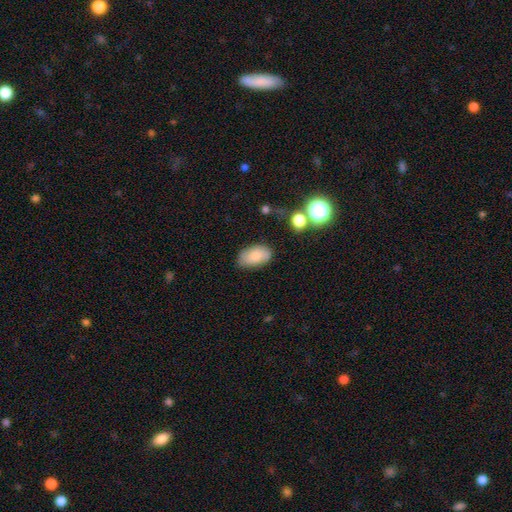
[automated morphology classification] Q: Smooth or featured?
A: smooth (80%); runner-up: featured or disk (12%)
Q: How rounded?
A: in between (94%); runner-up: round (5%)
Q: Merging?
A: none (79%); runner-up: minor disturbance (15%)